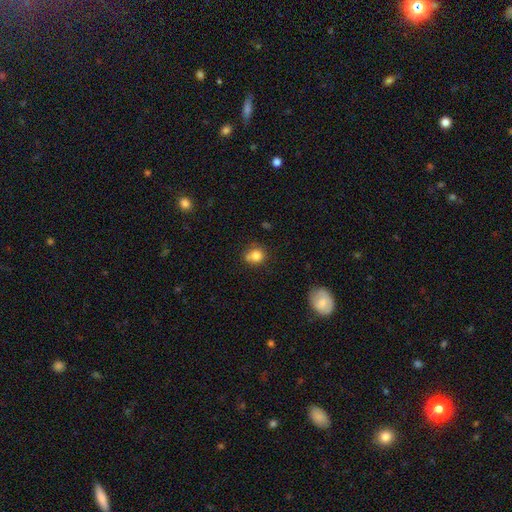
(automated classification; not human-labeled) Smooth or featured?
  - smooth: 80% *
  - star or artifact: 11%
  - featured or disk: 8%
How rounded?
  - round: 83% *
  - in between: 16%
  - cigar-shaped: 1%
Merging?
  - none: 63% *
  - minor disturbance: 17%
  - merger: 15%
  - major disturbance: 5%